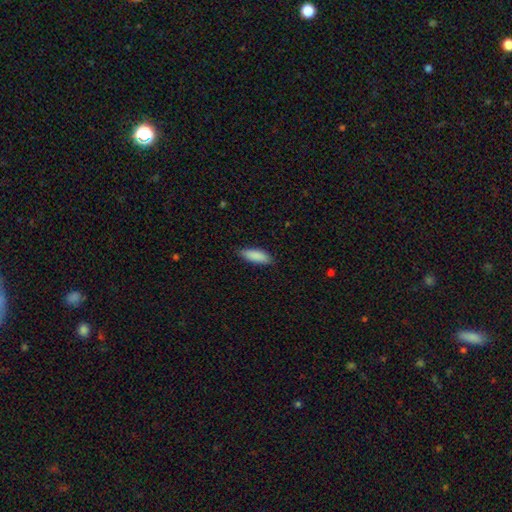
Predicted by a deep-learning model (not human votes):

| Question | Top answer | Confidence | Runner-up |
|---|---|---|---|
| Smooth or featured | smooth | 89% | star or artifact (6%) |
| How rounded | in between | 64% | cigar-shaped (35%) |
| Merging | none | 85% | minor disturbance (12%) |